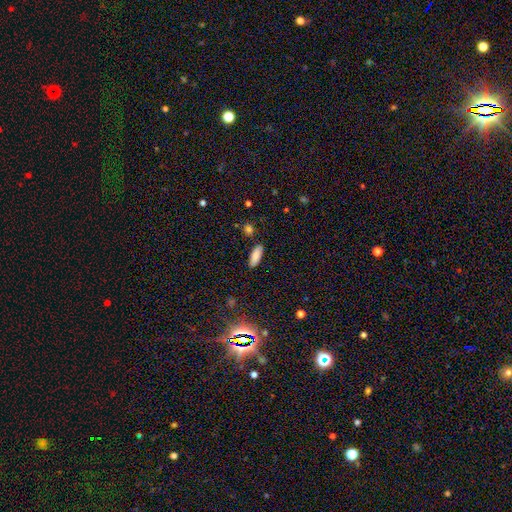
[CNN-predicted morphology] Smooth or featured: smooth — 85% (star or artifact — 8%)
How rounded: in between — 70% (cigar-shaped — 28%)
Merging: none — 87% (minor disturbance — 9%)